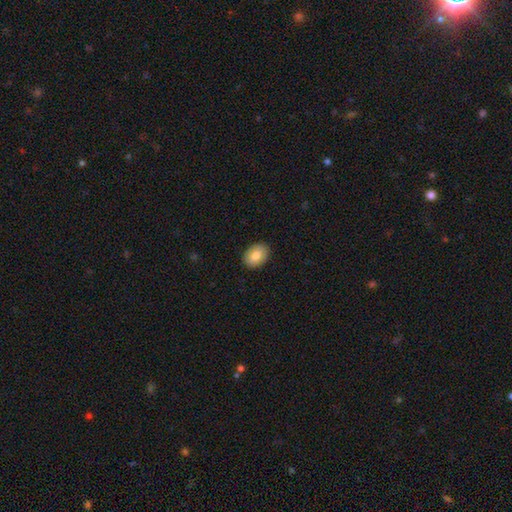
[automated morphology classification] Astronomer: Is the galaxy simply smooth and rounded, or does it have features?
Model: smooth — 82%.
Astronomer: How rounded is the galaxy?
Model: in between — 74%.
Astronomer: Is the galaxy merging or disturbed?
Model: none — 90%.